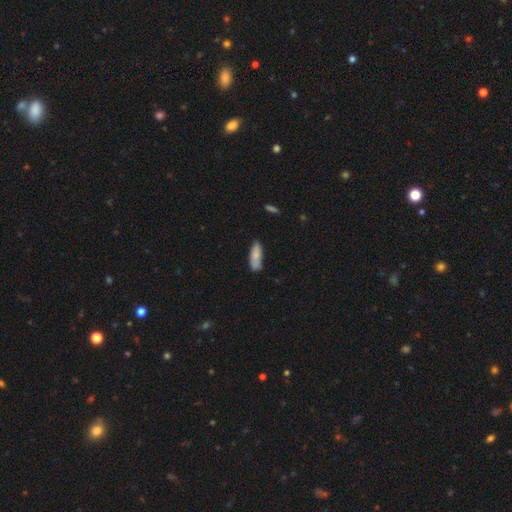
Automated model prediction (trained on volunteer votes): The model was most divided on "how rounded": in between: 65%, cigar-shaped: 33%, round: 2%. More confident: smooth or featured — smooth (79%); merging — none (73%).